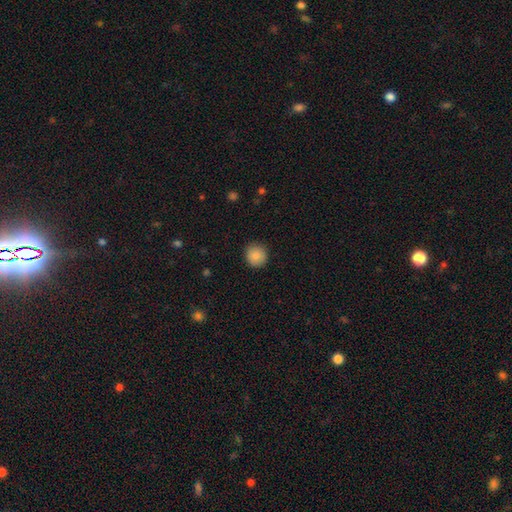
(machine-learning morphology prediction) type=smooth (87%); roundness=round (94%); merging=none (91%).